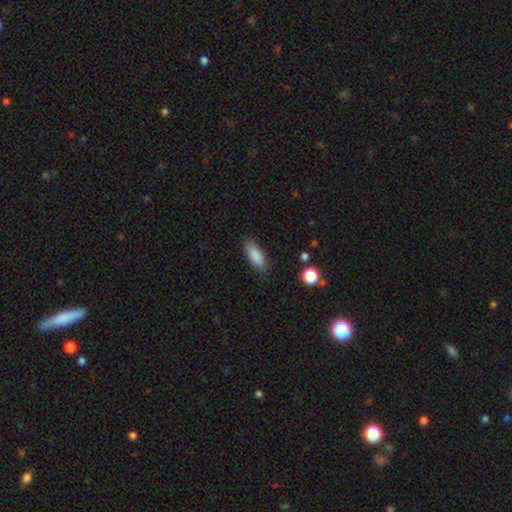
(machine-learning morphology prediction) A smooth galaxy with no disk features (87%) that is in between round and cigar-shaped (75%). Merging: none (82%).